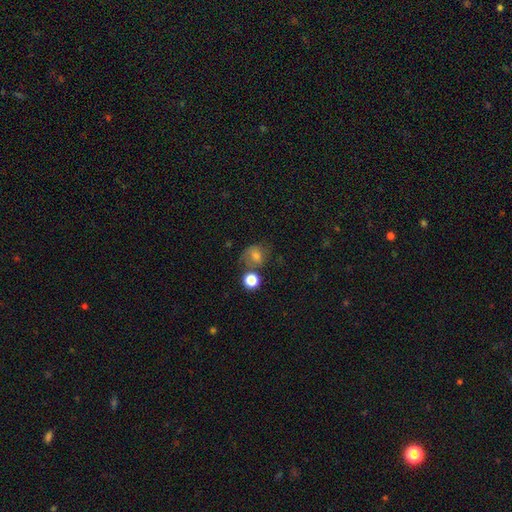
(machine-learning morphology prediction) Smooth or featured?
  - smooth: 67% *
  - featured or disk: 19%
  - star or artifact: 14%
How rounded?
  - round: 70% *
  - in between: 29%
  - cigar-shaped: 1%
Merging?
  - none: 53% *
  - minor disturbance: 20%
  - merger: 16%
  - major disturbance: 11%